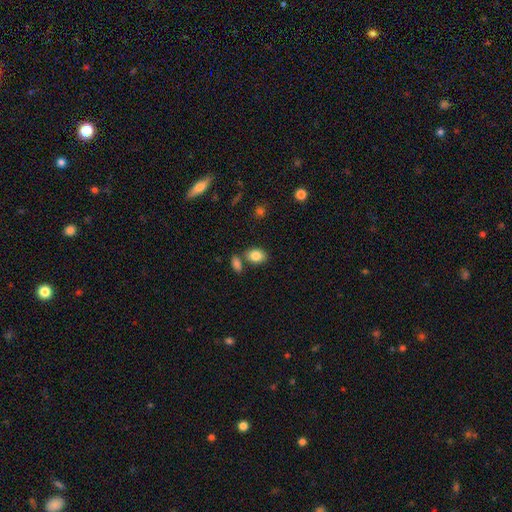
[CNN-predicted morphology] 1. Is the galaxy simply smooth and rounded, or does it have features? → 84% smooth, 8% star or artifact, 8% featured or disk.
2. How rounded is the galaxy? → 80% in between, 19% round, 1% cigar-shaped.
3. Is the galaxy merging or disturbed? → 69% none, 17% merger, 12% minor disturbance, 3% major disturbance.